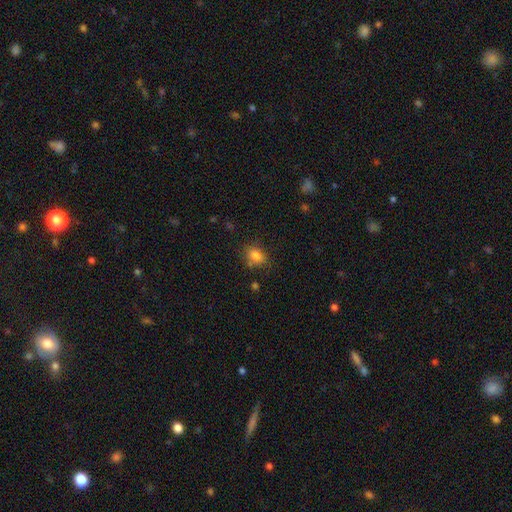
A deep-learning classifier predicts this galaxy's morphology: smooth-or-featured: smooth: 82% | star or artifact: 11% | featured or disk: 7%
  how-rounded: in between: 65% | round: 34% | cigar-shaped: 1%
  merging: none: 74% | minor disturbance: 17% | merger: 5% | major disturbance: 5%